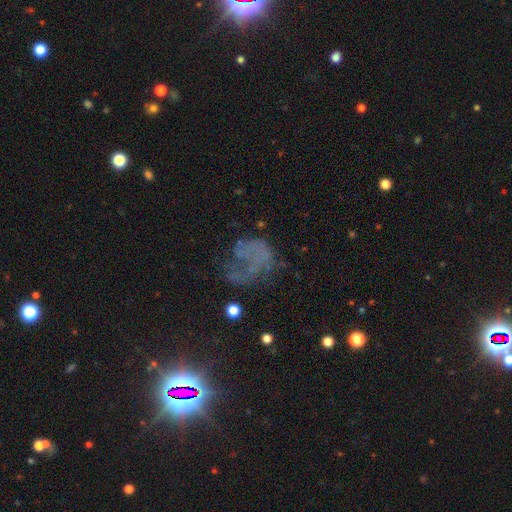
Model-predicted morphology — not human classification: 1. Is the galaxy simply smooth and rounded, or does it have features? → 47% featured or disk, 31% smooth, 22% star or artifact.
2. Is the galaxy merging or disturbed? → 46% major disturbance, 32% none, 17% minor disturbance, 5% merger.